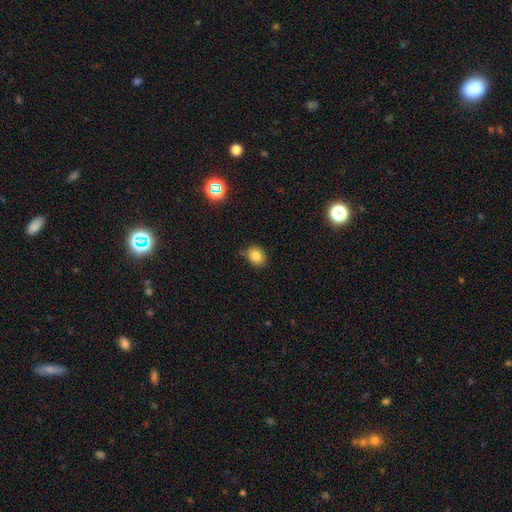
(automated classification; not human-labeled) smooth-or-featured: smooth: 82% | star or artifact: 11% | featured or disk: 7%
  how-rounded: in between: 50% | round: 49% | cigar-shaped: 1%
  merging: none: 77% | minor disturbance: 16% | merger: 3% | major disturbance: 3%